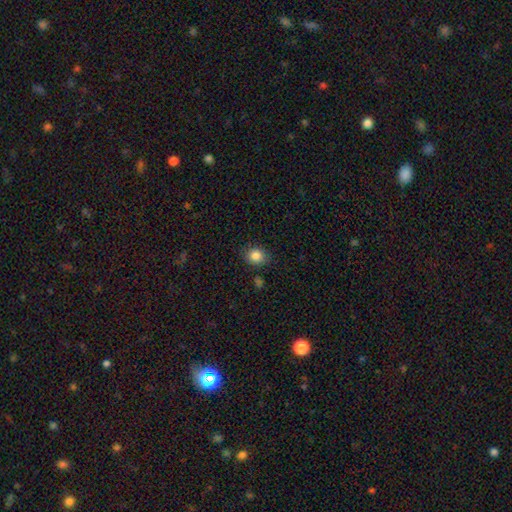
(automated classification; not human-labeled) A smooth galaxy with no disk features (84%) that is round (66%). Merging: none (84%).